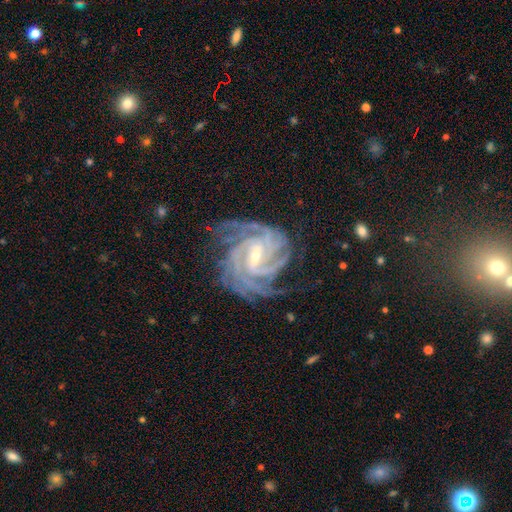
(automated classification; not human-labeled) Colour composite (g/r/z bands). It shows a featured or disk galaxy (92%) with a weak bar (47%), 4 (40%) tight (71%) spiral arms (99%) and a small central bulge (71%). Merging: none (74%).